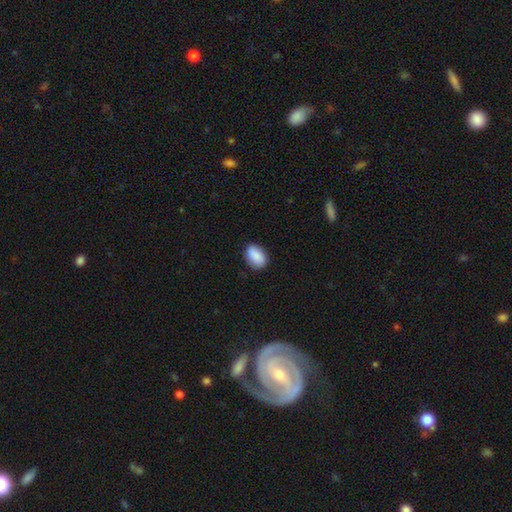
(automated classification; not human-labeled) A smooth galaxy with no disk features (89%) that is in between round and cigar-shaped (87%). Merging: none (84%).